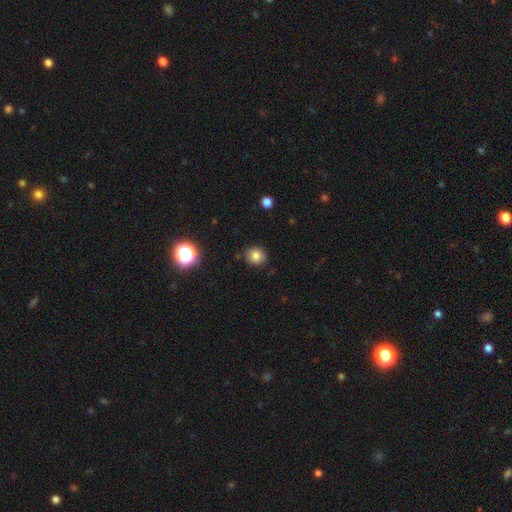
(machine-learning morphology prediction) Q: Smooth or featured?
A: smooth (80%); runner-up: star or artifact (13%)
Q: How rounded?
A: round (74%); runner-up: in between (25%)
Q: Merging?
A: none (85%); runner-up: minor disturbance (11%)